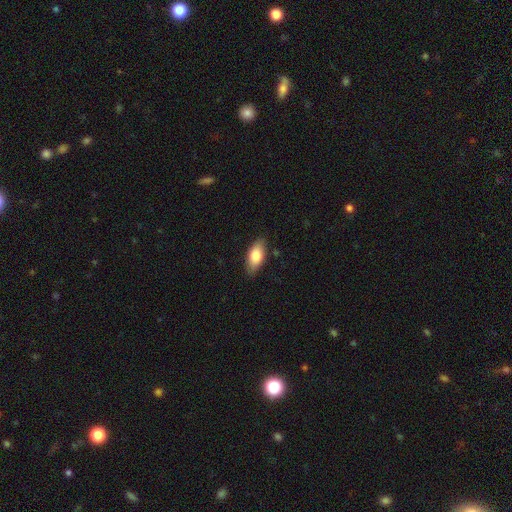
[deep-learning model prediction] Morphology: type=smooth (80%); roundness=in between (88%); merging=none (84%).